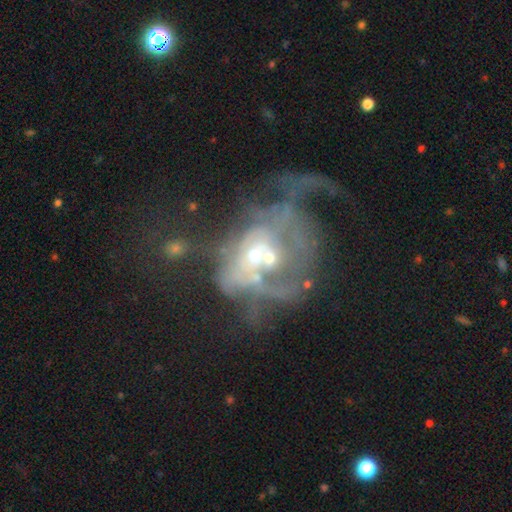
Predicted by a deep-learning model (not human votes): This appears to be a featured or disk galaxy (71%) with no bar (80%), no spiral arms (51%) and a small central bulge (44%). Merging: merger (47%).